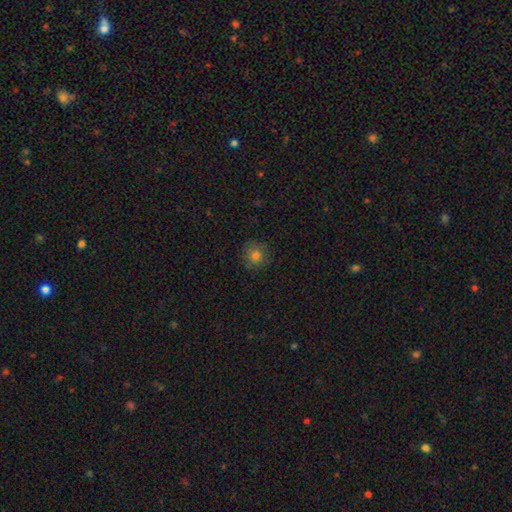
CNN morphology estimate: Smooth or featured?
  - smooth: 79% *
  - star or artifact: 13%
  - featured or disk: 8%
How rounded?
  - round: 92% *
  - in between: 7%
  - cigar-shaped: 1%
Merging?
  - none: 87% *
  - minor disturbance: 9%
  - major disturbance: 2%
  - merger: 1%